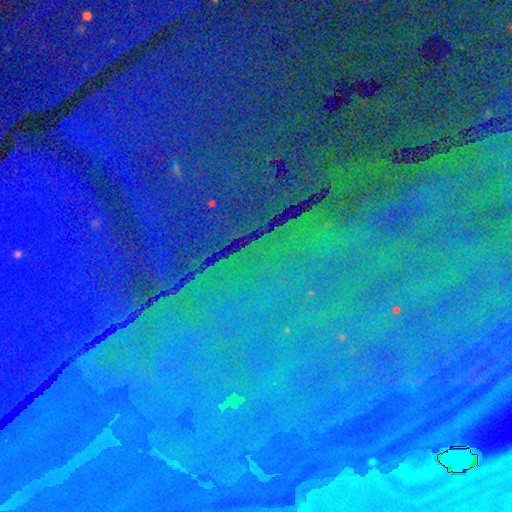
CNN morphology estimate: A star or artifact, not a galaxy (86%).